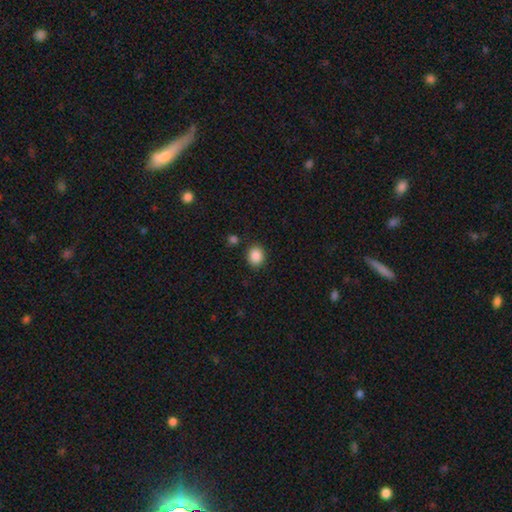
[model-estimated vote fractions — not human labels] A smooth galaxy with no disk features (88%) that is round (71%).

Vote fractions:
- Smooth or featured? smooth: 88% / star or artifact: 9% / featured or disk: 3%
- How rounded? round: 71% / in between: 28% / cigar-shaped: 1%
- Merging? none: 87% / minor disturbance: 8% / merger: 3% / major disturbance: 3%